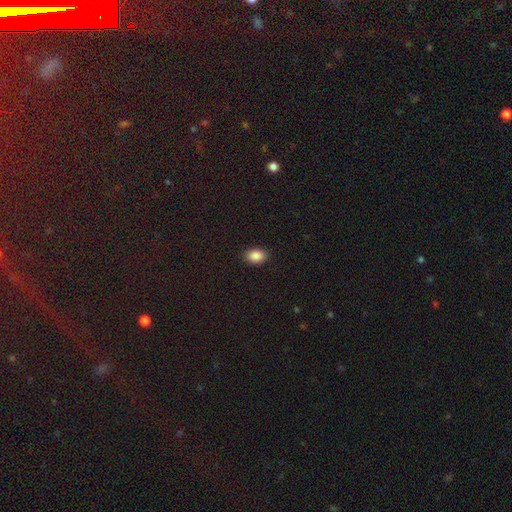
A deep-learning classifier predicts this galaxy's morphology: The model was most divided on "how rounded": in between: 81%, round: 18%, cigar-shaped: 1%. More confident: merging — none (90%); smooth or featured — smooth (88%).